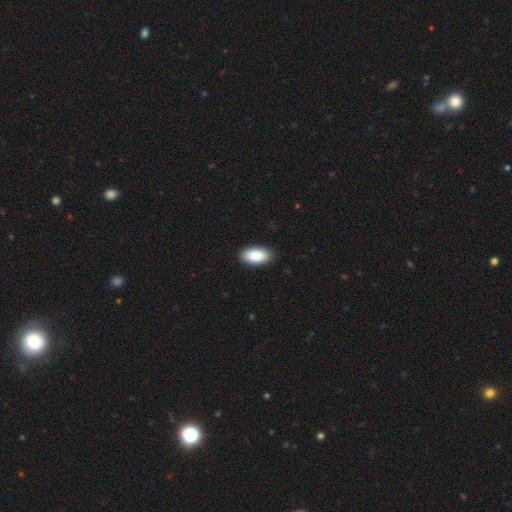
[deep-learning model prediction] smooth_or_featured: smooth (p=0.88) [alt: featured or disk p=0.06]
how_rounded: in between (p=0.94) [alt: cigar-shaped p=0.03]
merging: none (p=0.89) [alt: minor disturbance p=0.08]